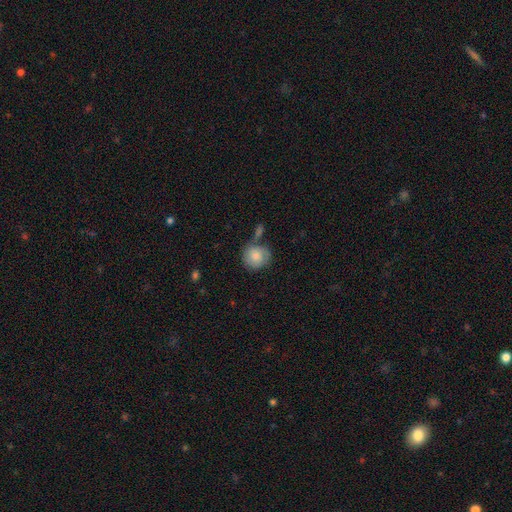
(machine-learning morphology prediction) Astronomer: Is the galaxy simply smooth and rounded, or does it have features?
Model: smooth — 77%.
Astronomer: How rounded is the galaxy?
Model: round — 87%.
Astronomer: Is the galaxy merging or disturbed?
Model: none — 58%.